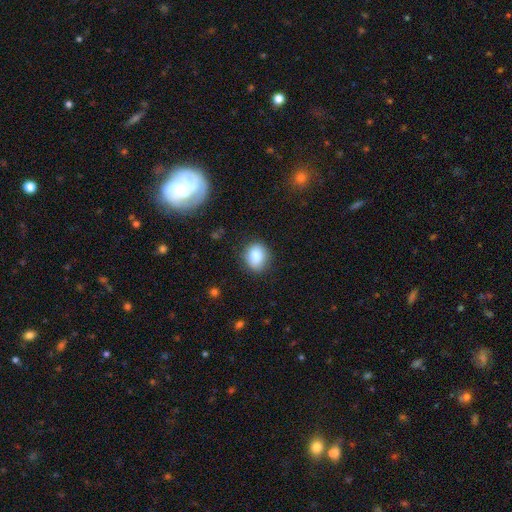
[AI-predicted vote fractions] The model was most divided on "how rounded": round: 60%, in between: 39%, cigar-shaped: 1%. More confident: merging — none (84%); smooth or featured — smooth (83%).